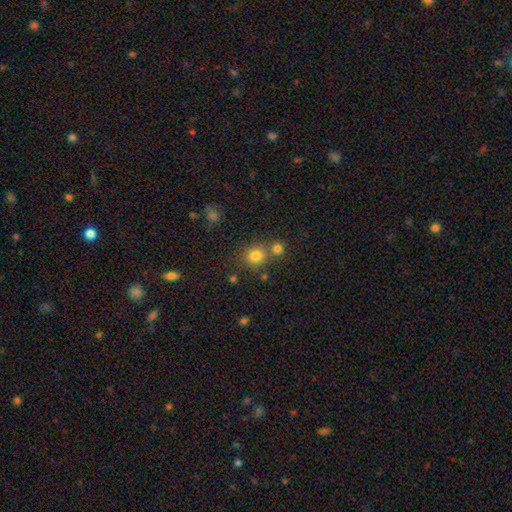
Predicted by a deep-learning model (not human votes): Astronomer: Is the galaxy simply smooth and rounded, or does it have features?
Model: smooth — 78%.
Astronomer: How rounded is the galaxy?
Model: round — 82%.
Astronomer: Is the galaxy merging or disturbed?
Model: none — 64%.